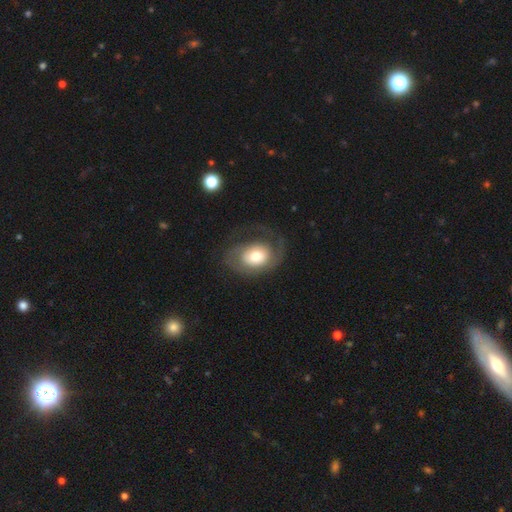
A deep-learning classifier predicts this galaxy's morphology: A featured or disk galaxy (52%).

Vote fractions:
- Smooth or featured? featured or disk: 52% / smooth: 41% / star or artifact: 7%
- Edge-on disk? no: 95% / yes: 5%
- Merging? none: 50% / major disturbance: 28% / minor disturbance: 20% / merger: 2%